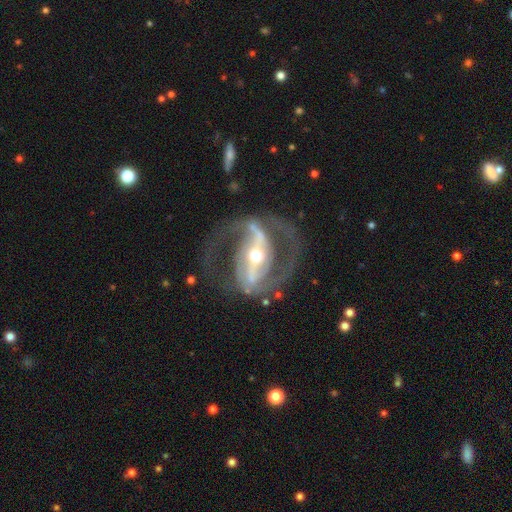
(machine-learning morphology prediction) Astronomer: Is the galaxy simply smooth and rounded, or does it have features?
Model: featured or disk — 92%.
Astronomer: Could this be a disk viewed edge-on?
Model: no — 96%.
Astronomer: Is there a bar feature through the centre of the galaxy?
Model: strong — 68%.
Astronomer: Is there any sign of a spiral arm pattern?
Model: yes — 95%.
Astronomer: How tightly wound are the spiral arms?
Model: medium — 59%.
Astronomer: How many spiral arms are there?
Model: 2 — 91%.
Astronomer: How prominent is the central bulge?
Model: moderate — 67%.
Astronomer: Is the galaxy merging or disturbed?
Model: none — 72%.